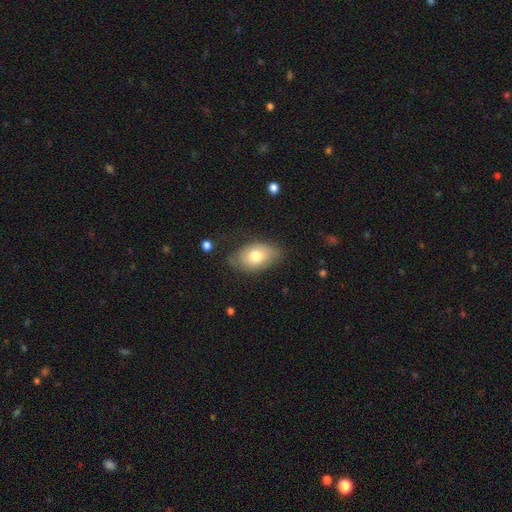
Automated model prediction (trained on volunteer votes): Q: Smooth or featured?
A: smooth (73%); runner-up: featured or disk (20%)
Q: How rounded?
A: in between (89%); runner-up: round (9%)
Q: Merging?
A: none (66%); runner-up: minor disturbance (25%)